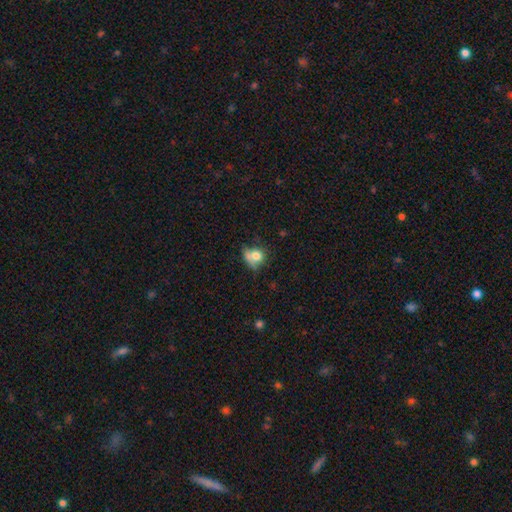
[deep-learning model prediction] Smooth or featured? Predicted: smooth (p=0.73). How rounded? Predicted: round (p=0.68). Merging? Predicted: none (p=0.35).